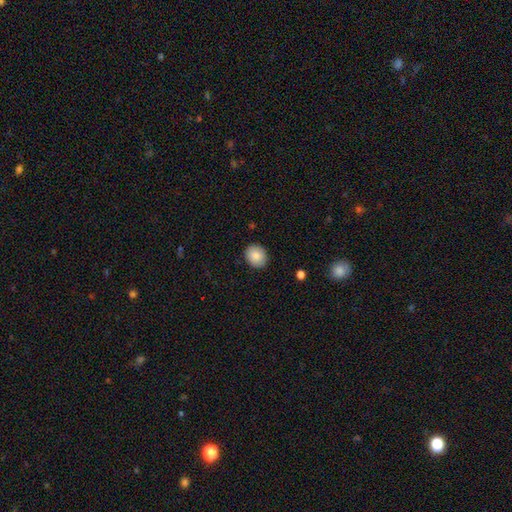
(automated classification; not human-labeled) Smooth or featured?
  - smooth: 85% *
  - star or artifact: 8%
  - featured or disk: 7%
How rounded?
  - round: 63% *
  - in between: 37%
  - cigar-shaped: 1%
Merging?
  - none: 88% *
  - minor disturbance: 9%
  - major disturbance: 2%
  - merger: 1%